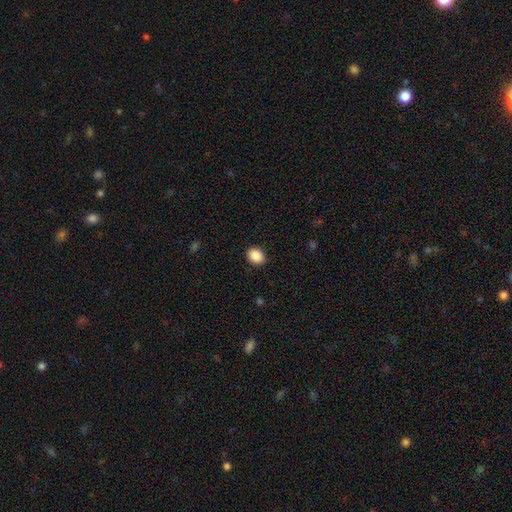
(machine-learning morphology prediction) Smooth or featured: smooth — 90% (star or artifact — 8%)
How rounded: in between — 59% (round — 41%)
Merging: none — 90% (minor disturbance — 7%)